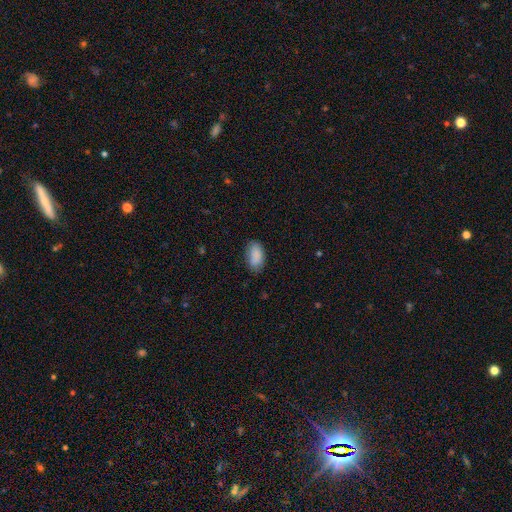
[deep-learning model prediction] The model was most divided on "merging": none: 75%, minor disturbance: 19%, major disturbance: 4%, merger: 1%. More confident: how rounded — in between (93%); smooth or featured — smooth (87%).